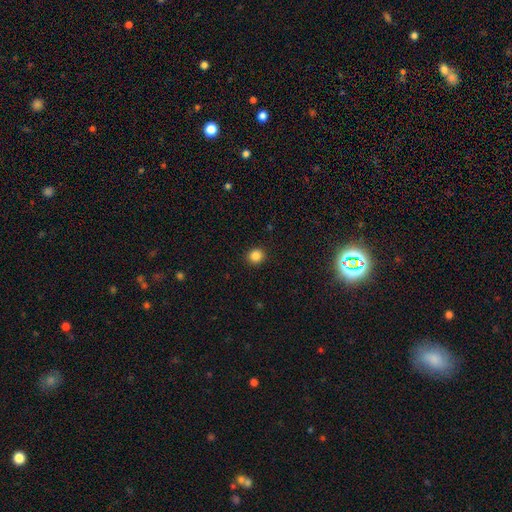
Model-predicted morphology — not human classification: This appears to be a smooth galaxy with no disk features (85%) that is round (90%). Merging: none (92%).